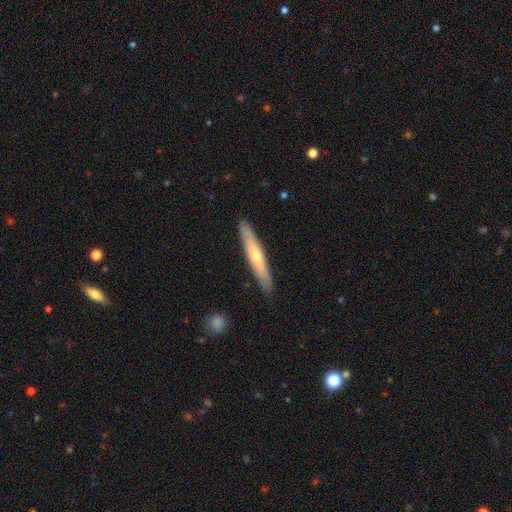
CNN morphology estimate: Overall: featured or disk (49%; smooth 46%). Merging: none (90%).